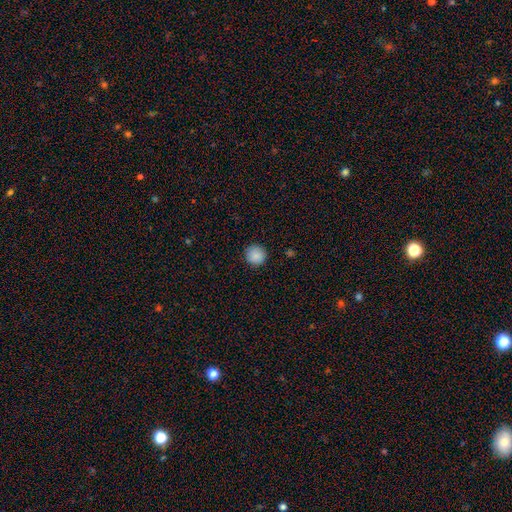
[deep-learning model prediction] A smooth galaxy with no disk features (89%) that is round (95%). Merging: none (91%).